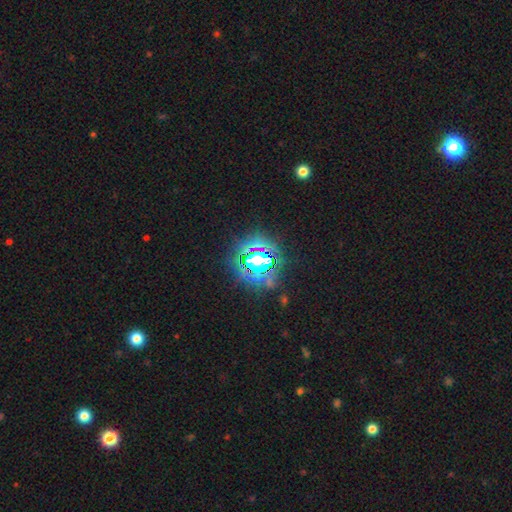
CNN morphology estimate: Overall: star or artifact (71%).